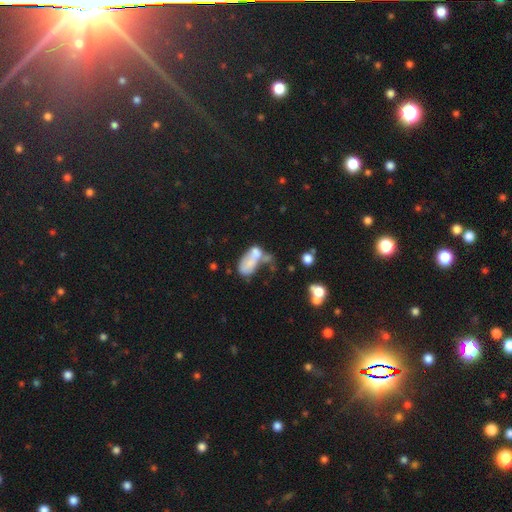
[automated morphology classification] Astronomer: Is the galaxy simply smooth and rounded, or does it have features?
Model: smooth — 59%.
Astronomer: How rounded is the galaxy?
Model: in between — 88%.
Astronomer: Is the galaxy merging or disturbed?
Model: merger — 52%.